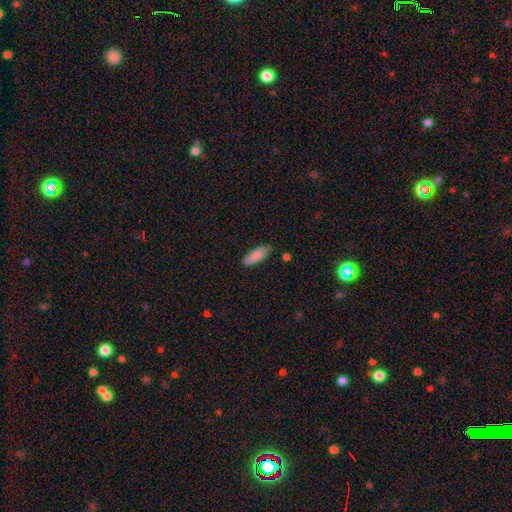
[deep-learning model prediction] A smooth galaxy with no disk features (85%) that is in between round and cigar-shaped (72%).

Vote fractions:
- Smooth or featured? smooth: 85% / featured or disk: 9% / star or artifact: 6%
- How rounded? in between: 72% / cigar-shaped: 26% / round: 2%
- Merging? none: 76% / minor disturbance: 18% / major disturbance: 3% / merger: 3%